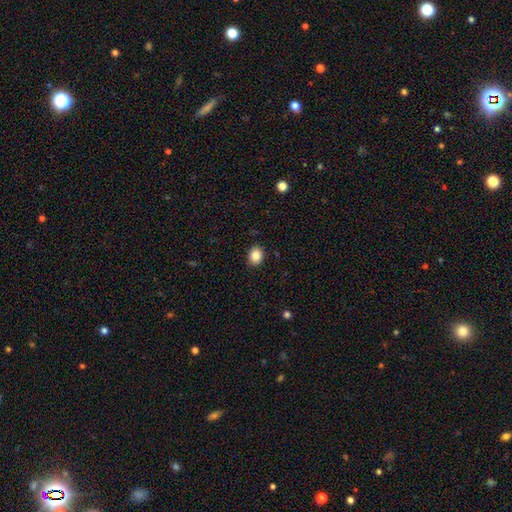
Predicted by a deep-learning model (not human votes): The model was most divided on "how rounded": round: 50%, in between: 49%, cigar-shaped: 1%. More confident: merging — none (90%); smooth or featured — smooth (86%).